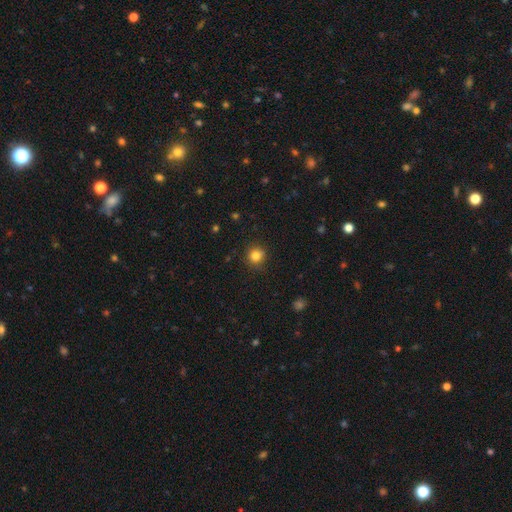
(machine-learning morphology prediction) Smooth or featured?
  - smooth: 83% *
  - star or artifact: 12%
  - featured or disk: 5%
How rounded?
  - round: 90% *
  - in between: 9%
  - cigar-shaped: 1%
Merging?
  - none: 87% *
  - minor disturbance: 9%
  - major disturbance: 2%
  - merger: 1%